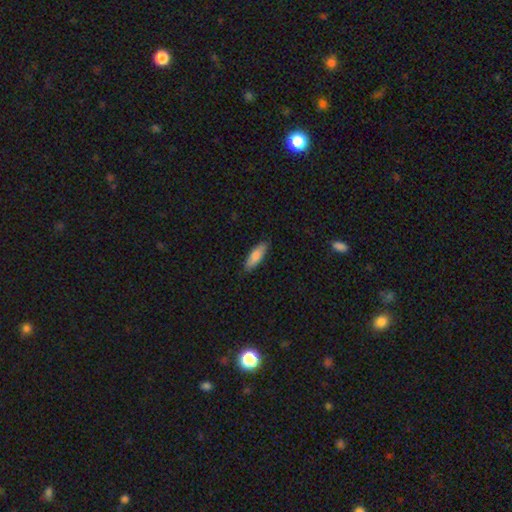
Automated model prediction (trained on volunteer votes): This is clearly a smooth galaxy (82%). How rounded: possibly in between (58%). Merging: clearly none (87%).